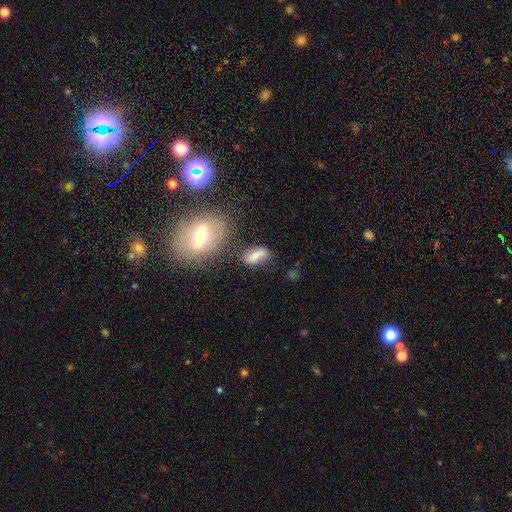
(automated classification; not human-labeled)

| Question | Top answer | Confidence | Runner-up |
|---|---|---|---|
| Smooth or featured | smooth | 69% | featured or disk (22%) |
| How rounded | in between | 83% | cigar-shaped (10%) |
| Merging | none | 63% | minor disturbance (20%) |